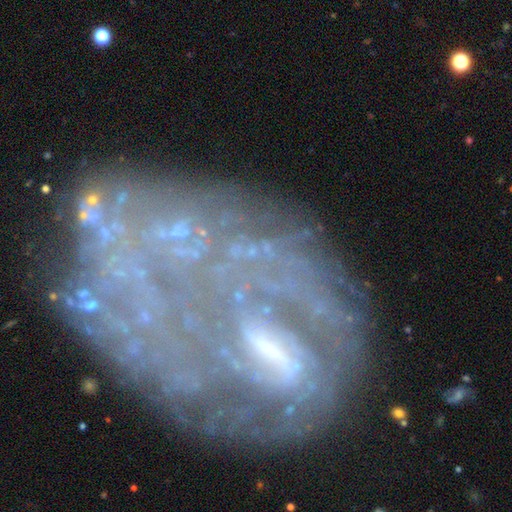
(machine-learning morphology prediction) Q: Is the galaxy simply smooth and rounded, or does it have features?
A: featured or disk — 75%.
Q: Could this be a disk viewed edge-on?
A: no — 93%.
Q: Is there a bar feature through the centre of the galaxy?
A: strong — 40%.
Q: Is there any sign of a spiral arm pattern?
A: yes — 73%.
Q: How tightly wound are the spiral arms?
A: tight — 60%.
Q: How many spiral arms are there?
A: can't tell — 47%.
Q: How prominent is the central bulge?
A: small — 41%.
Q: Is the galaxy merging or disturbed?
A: none — 55%.